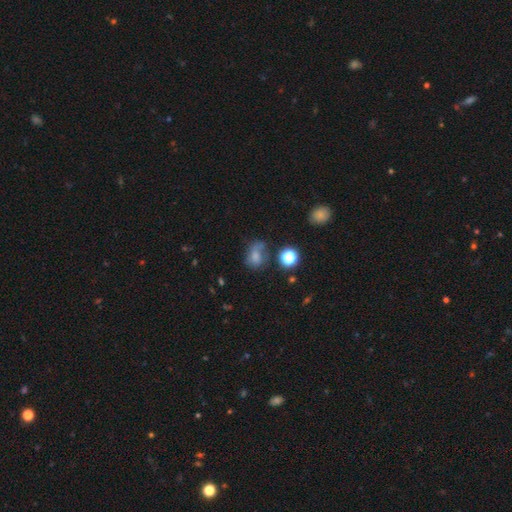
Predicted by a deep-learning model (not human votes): Smooth or featured?
  - smooth: 65% *
  - star or artifact: 18%
  - featured or disk: 17%
How rounded?
  - in between: 60% *
  - round: 38%
  - cigar-shaped: 2%
Merging?
  - none: 39% *
  - minor disturbance: 29%
  - major disturbance: 24%
  - merger: 9%